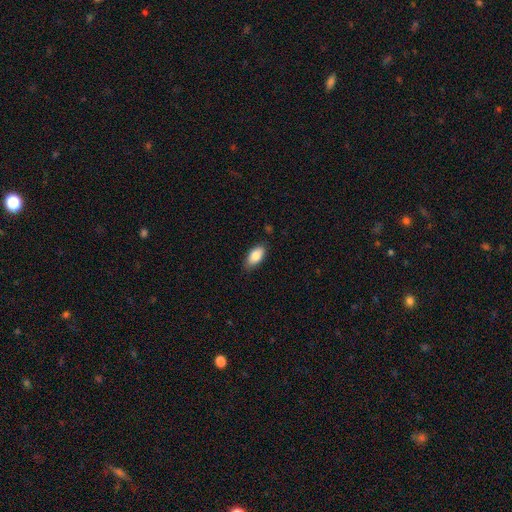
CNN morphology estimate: type=smooth (83%); roundness=in between (92%); merging=none (83%).